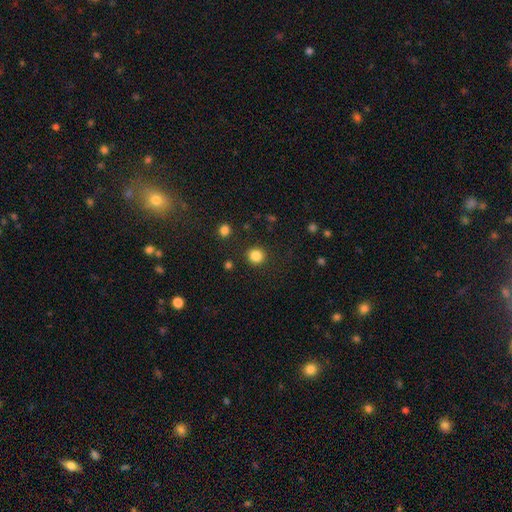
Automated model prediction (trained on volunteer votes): Smooth or featured: smooth — 85% (star or artifact — 11%)
How rounded: round — 91% (in between — 8%)
Merging: none — 89% (minor disturbance — 6%)